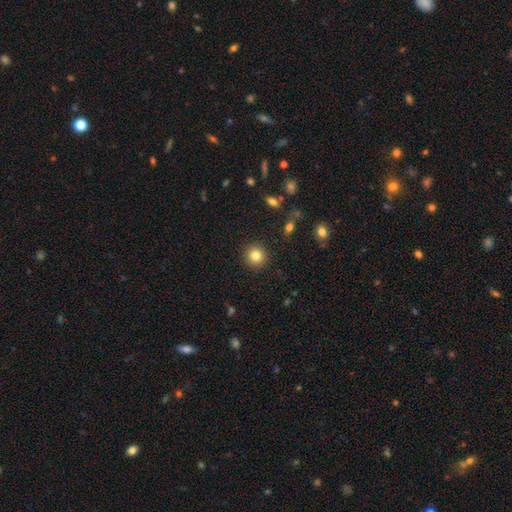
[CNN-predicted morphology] Smooth or featured? smooth (82%)
How rounded? round (93%)
Merging? none (92%)